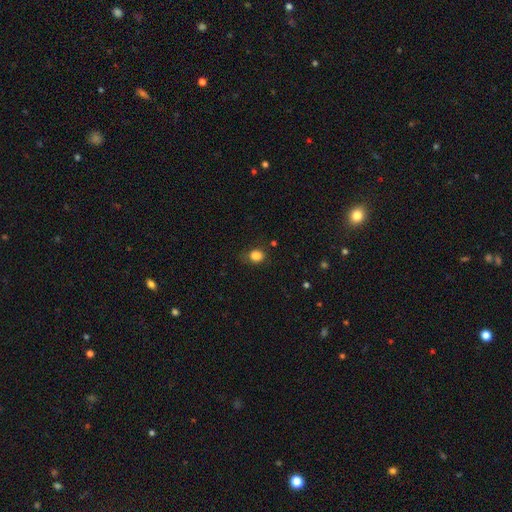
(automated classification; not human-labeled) Smooth or featured? Predicted: smooth (p=0.84). How rounded? Predicted: in between (p=0.52). Merging? Predicted: none (p=0.66).